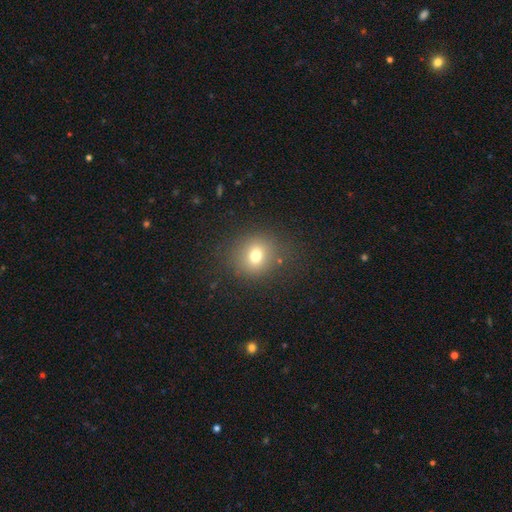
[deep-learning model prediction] smooth 73%, star or artifact 16%, featured or disk 12%. Down the decision tree: how rounded — round (82%); merging — none (83%).